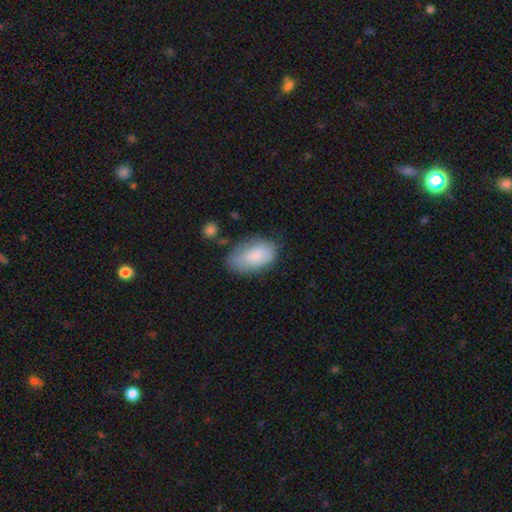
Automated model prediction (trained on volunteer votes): Smooth or featured? smooth (81%)
How rounded? in between (93%)
Merging? none (54%)